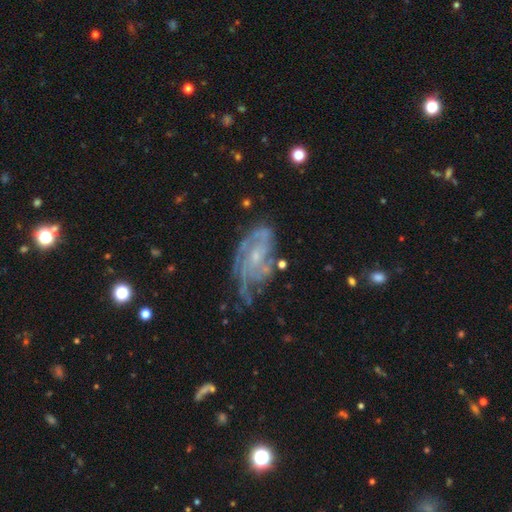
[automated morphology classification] Smooth or featured? featured or disk (80%)
Edge-on disk? no (95%)
Bar? no (64%)
Spiral arms? yes (90%)
Spiral winding? tight (53%)
Spiral arm count? can't tell (38%)
Bulge size? small (68%)
Merging? none (49%)